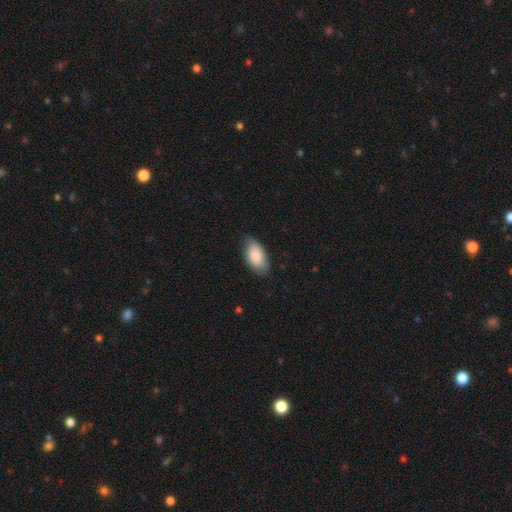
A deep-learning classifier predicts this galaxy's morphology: Smooth or featured?
  - smooth: 84% *
  - featured or disk: 10%
  - star or artifact: 6%
How rounded?
  - in between: 95% *
  - round: 3%
  - cigar-shaped: 2%
Merging?
  - none: 72% *
  - minor disturbance: 23%
  - major disturbance: 4%
  - merger: 1%